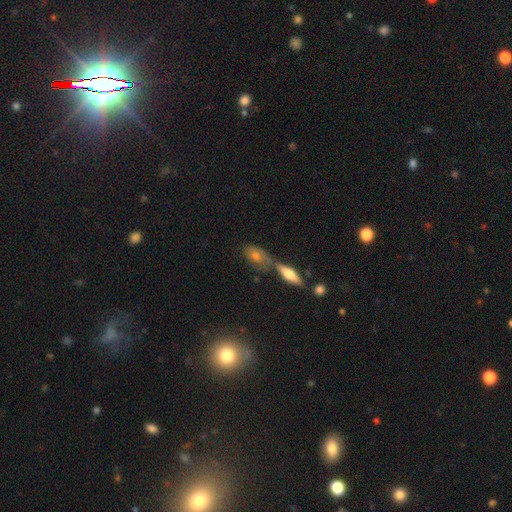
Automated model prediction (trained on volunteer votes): Q: Smooth or featured?
A: smooth (55%); runner-up: featured or disk (33%)
Q: How rounded?
A: in between (75%); runner-up: cigar-shaped (15%)
Q: Merging?
A: none (47%); runner-up: merger (28%)